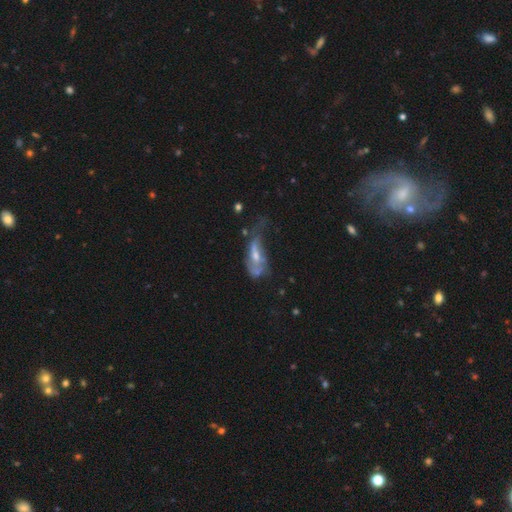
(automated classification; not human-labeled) This is possibly a featured or disk galaxy (59%). It is clearly not viewed edge-on (87%). Bar: likely no (61%). Spiral arm pattern: possibly no (55%). Central bulge: possibly moderate (47%). Merging: marginally major disturbance (42%).